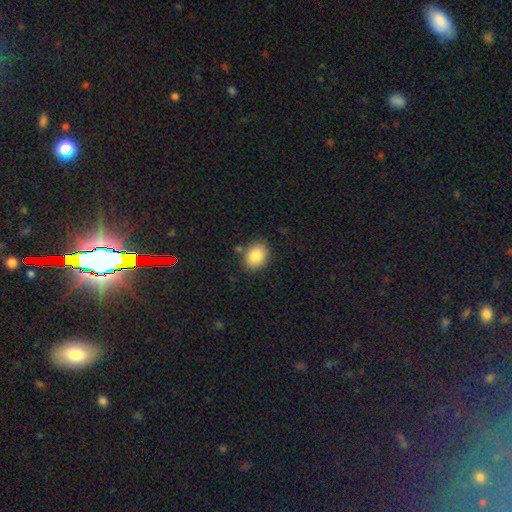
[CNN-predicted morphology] smooth 86%, star or artifact 8%, featured or disk 6%. Down the decision tree: how rounded — in between (59%); merging — none (81%).